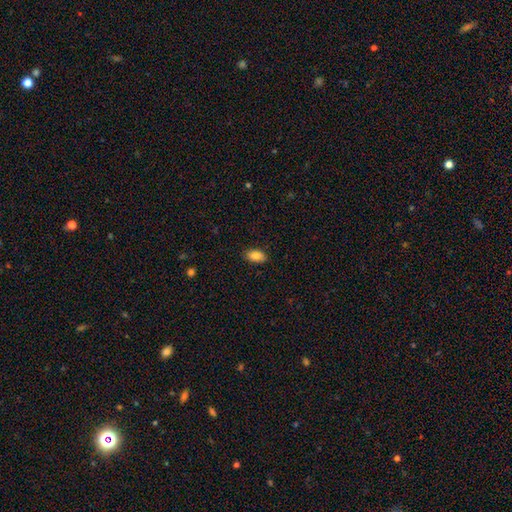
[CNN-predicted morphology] smooth_or_featured: smooth (p=0.86) [alt: star or artifact p=0.07]
how_rounded: in between (p=0.93) [alt: round p=0.05]
merging: none (p=0.86) [alt: minor disturbance p=0.11]